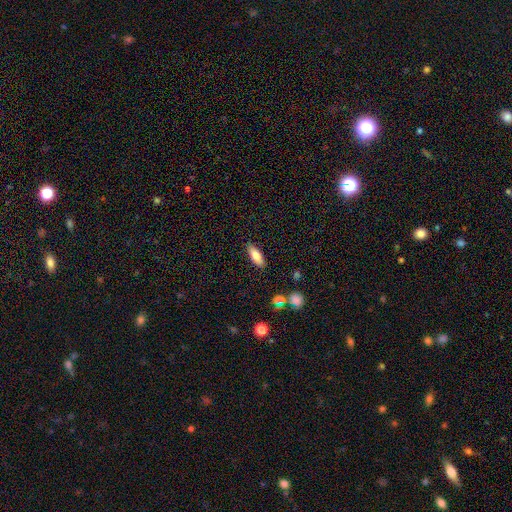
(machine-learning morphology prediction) Smooth or featured?
  - smooth: 78% *
  - featured or disk: 15%
  - star or artifact: 7%
How rounded?
  - in between: 69% *
  - cigar-shaped: 29%
  - round: 2%
Merging?
  - none: 87% *
  - minor disturbance: 9%
  - major disturbance: 2%
  - merger: 2%